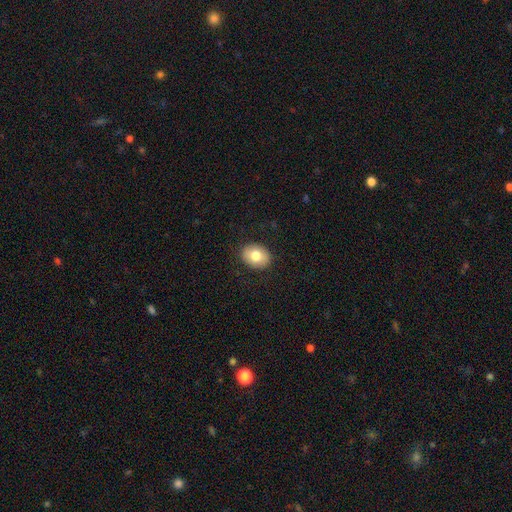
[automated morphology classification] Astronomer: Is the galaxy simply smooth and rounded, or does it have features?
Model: smooth — 78%.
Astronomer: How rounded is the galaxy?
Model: in between — 55% (runner-up: round, 44%).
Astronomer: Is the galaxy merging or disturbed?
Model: none — 89%.